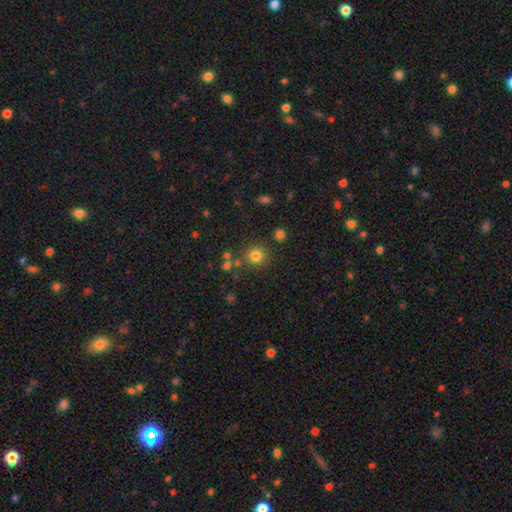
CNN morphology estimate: Q: Smooth or featured?
A: smooth (79%); runner-up: star or artifact (15%)
Q: How rounded?
A: round (91%); runner-up: in between (8%)
Q: Merging?
A: none (80%); runner-up: minor disturbance (9%)